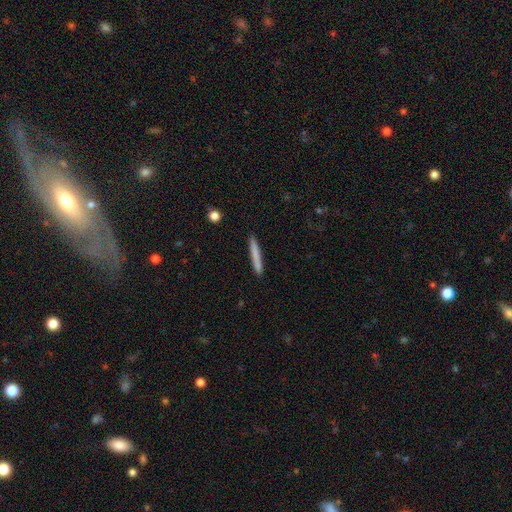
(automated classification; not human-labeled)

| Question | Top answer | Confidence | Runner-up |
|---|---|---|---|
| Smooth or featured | smooth | 77% | featured or disk (16%) |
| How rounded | cigar-shaped | 96% | in between (3%) |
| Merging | none | 91% | minor disturbance (7%) |